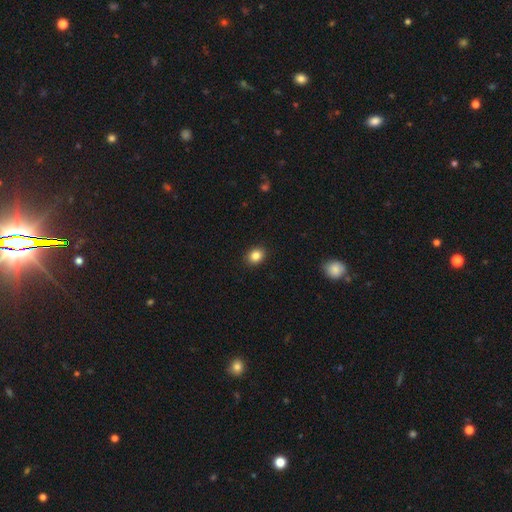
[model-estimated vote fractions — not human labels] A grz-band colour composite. It shows a smooth galaxy with no disk features (85%) that is round (57%). Merging: none (91%).